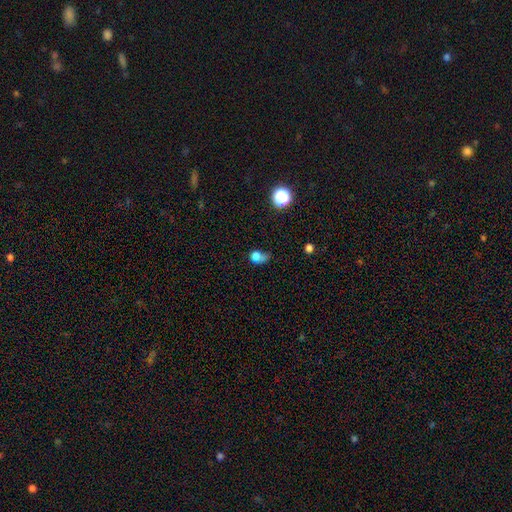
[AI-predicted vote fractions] The model was most divided on "merging": none: 29%, minor disturbance: 27%, major disturbance: 26%, merger: 17%. More confident: smooth or featured — smooth (74%); how rounded — round (52%).